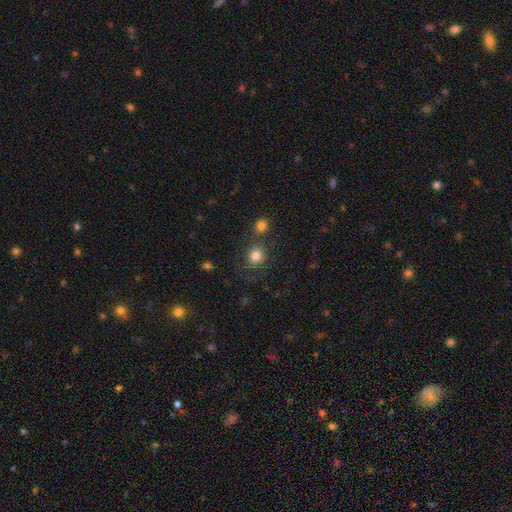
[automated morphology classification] Smooth or featured? smooth (81%)
How rounded? round (78%)
Merging? none (67%)